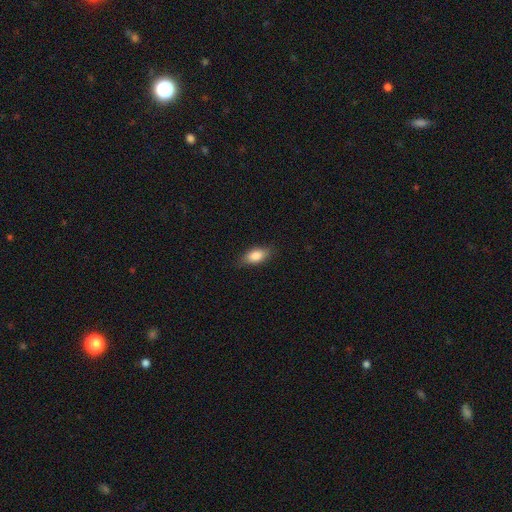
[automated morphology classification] smooth 84%, featured or disk 9%, star or artifact 7%. Down the decision tree: how rounded — in between (87%); merging — none (81%).